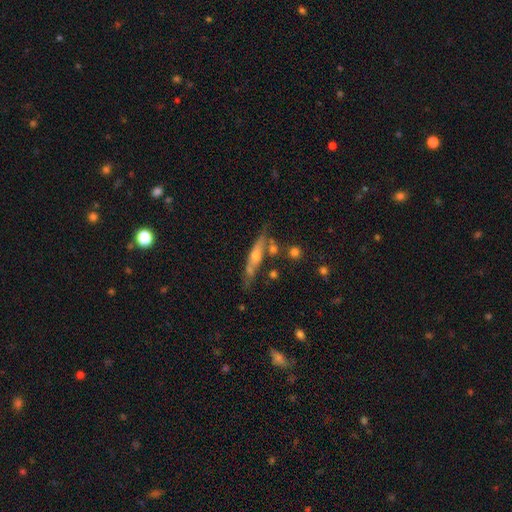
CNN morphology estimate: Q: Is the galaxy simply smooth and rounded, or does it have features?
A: featured or disk — 64%.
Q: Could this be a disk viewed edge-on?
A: yes — 85%.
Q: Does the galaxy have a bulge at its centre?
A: rounded — 84%.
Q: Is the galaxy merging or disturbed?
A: none — 62%.